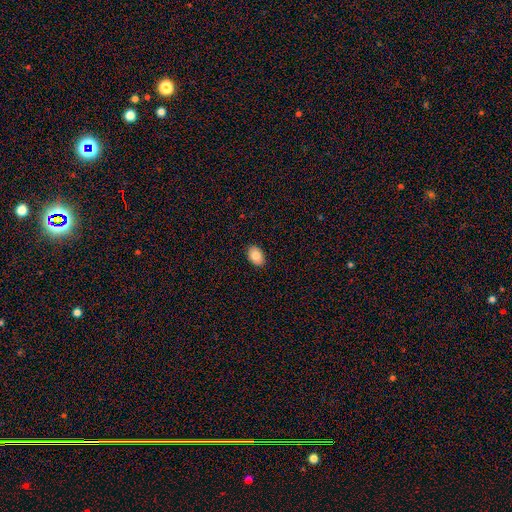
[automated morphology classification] Smooth or featured? Predicted: smooth (p=0.86). How rounded? Predicted: in between (p=0.85). Merging? Predicted: none (p=0.90).